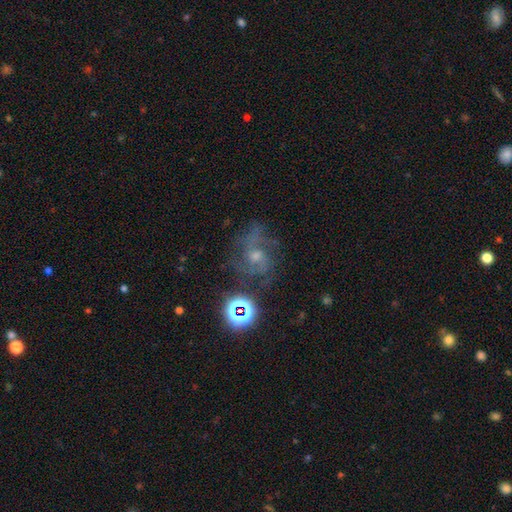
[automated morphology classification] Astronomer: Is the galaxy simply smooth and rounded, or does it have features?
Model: featured or disk — 61%.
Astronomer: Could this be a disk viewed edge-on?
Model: no — 97%.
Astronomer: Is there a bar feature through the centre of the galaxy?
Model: no — 68%.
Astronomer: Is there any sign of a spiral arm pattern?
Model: yes — 87%.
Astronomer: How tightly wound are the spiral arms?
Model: medium — 50% (runner-up: loose, 27%).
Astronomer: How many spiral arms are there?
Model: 2 — 32% (runner-up: can't tell, 26%).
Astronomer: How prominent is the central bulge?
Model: moderate — 49% (runner-up: small, 40%).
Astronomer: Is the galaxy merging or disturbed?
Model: none — 56%.